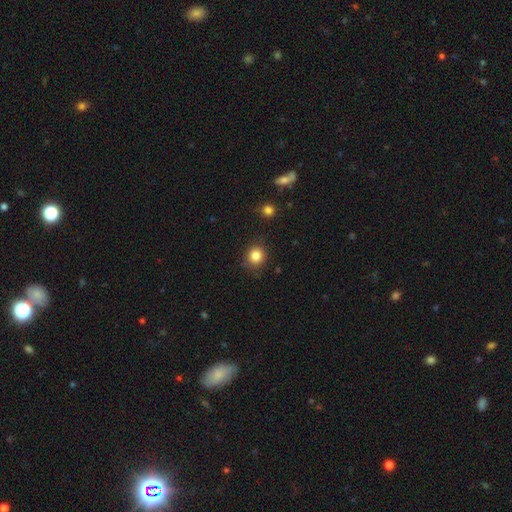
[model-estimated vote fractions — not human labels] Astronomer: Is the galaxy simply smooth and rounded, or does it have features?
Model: smooth — 84%.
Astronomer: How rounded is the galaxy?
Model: round — 87%.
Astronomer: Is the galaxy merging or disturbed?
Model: none — 85%.